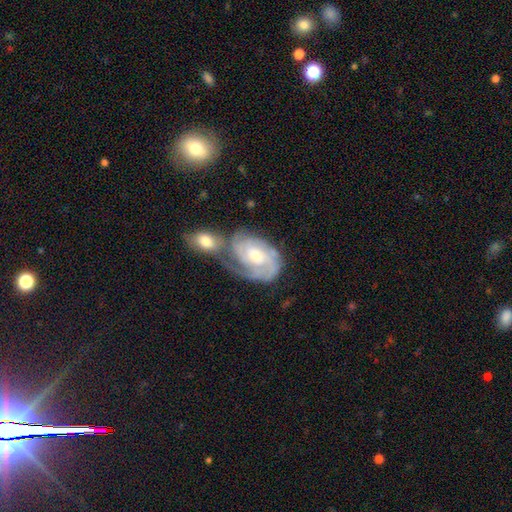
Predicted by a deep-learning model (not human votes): This is clearly a featured or disk galaxy (81%). It is clearly not viewed edge-on (96%). Bar: possibly no (59%). Spiral arm pattern: clearly yes (94%). Spiral arm count: marginally 2 (35%). Spiral winding: likely tight (64%). Central bulge: likely moderate (64%). Merging: marginally merger (40%).